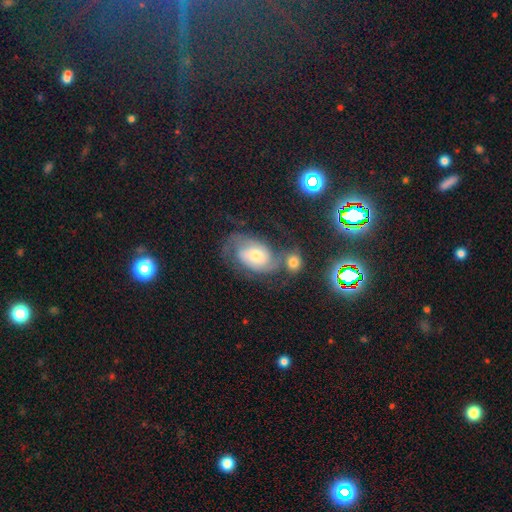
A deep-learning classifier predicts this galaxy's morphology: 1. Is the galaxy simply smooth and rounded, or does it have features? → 69% featured or disk, 20% smooth, 11% star or artifact.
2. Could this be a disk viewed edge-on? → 96% no, 4% yes.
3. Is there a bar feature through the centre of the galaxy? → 69% no, 26% weak, 6% strong.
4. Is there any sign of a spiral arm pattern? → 90% yes, 10% no.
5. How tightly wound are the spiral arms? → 43% medium, 40% tight, 17% loose.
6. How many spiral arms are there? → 62% 2, 21% can't tell, 7% 3, 6% 1, 2% 4, 2% more than 4.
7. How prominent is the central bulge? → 57% moderate, 29% small, 10% large, 2% none, 2% dominant.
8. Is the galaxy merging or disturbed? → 46% none, 19% minor disturbance, 18% merger, 17% major disturbance.